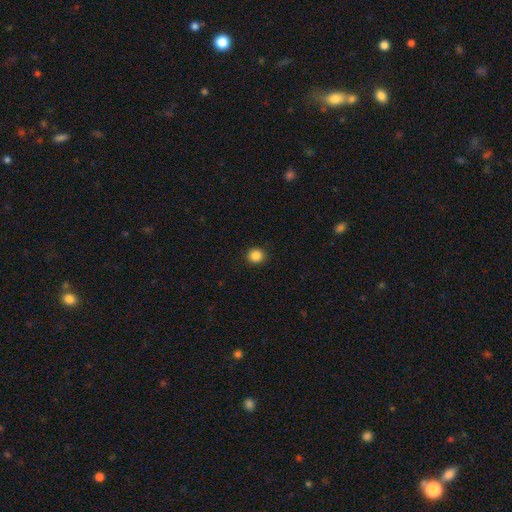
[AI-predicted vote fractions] Smooth or featured? smooth (87%)
How rounded? round (88%)
Merging? none (92%)